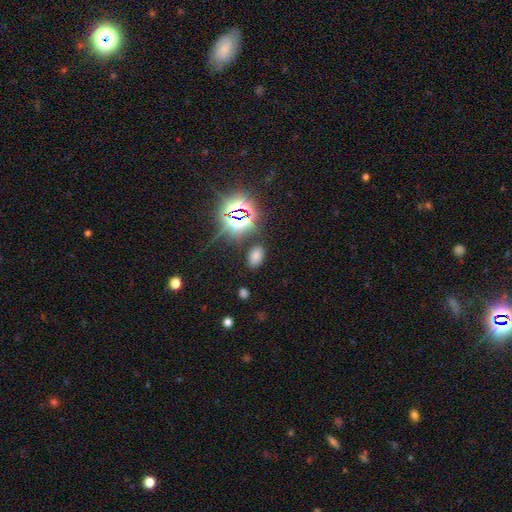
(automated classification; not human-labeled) Smooth or featured? smooth (62%)
How rounded? in between (91%)
Merging? none (84%)